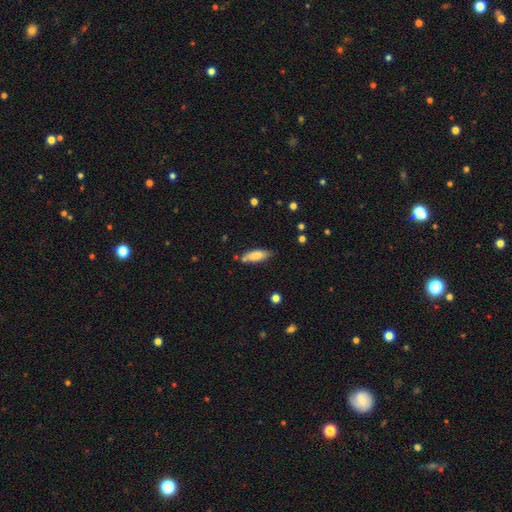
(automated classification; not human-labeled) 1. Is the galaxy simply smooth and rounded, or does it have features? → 78% smooth, 15% featured or disk, 7% star or artifact.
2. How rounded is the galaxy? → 65% in between, 33% cigar-shaped, 2% round.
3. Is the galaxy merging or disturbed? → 72% none, 19% minor disturbance, 6% merger, 4% major disturbance.